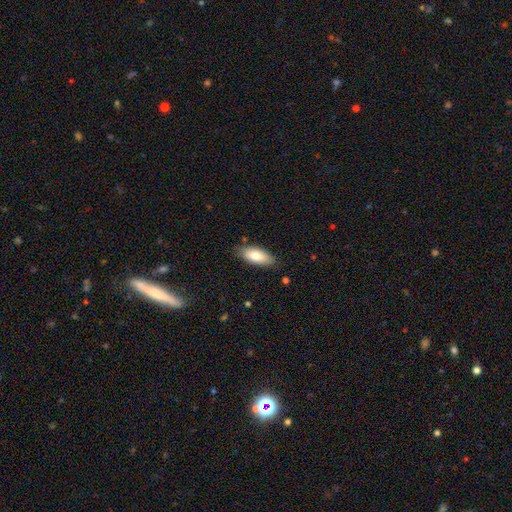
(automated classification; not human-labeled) smooth 78%, featured or disk 15%, star or artifact 6%. Down the decision tree: how rounded — in between (83%); merging — none (82%).